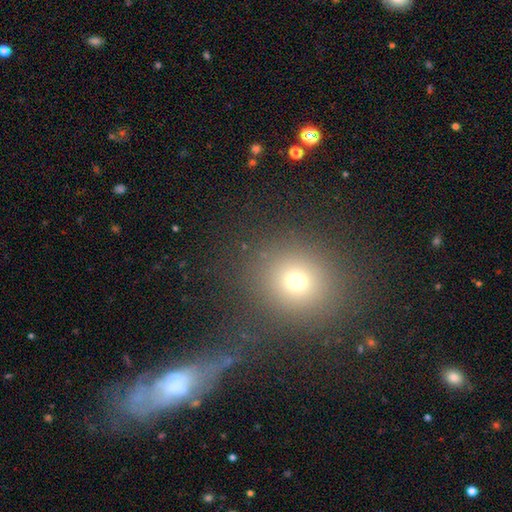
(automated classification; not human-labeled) smooth 56%, star or artifact 27%, featured or disk 17%. Down the decision tree: how rounded — round (81%); merging — none (78%).